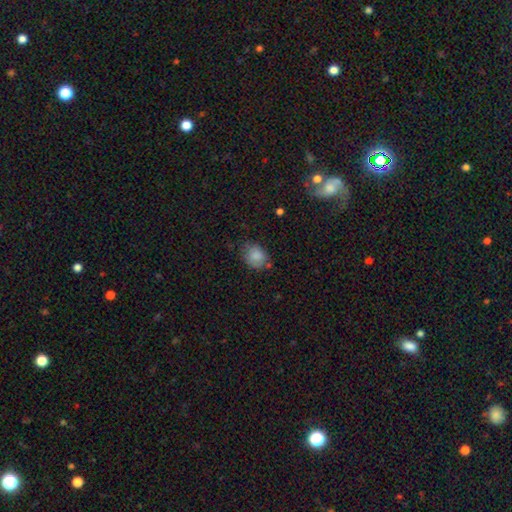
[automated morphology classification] Smooth or featured: smooth — 84% (star or artifact — 8%)
How rounded: in between — 51% (round — 48%)
Merging: none — 65% (minor disturbance — 25%)